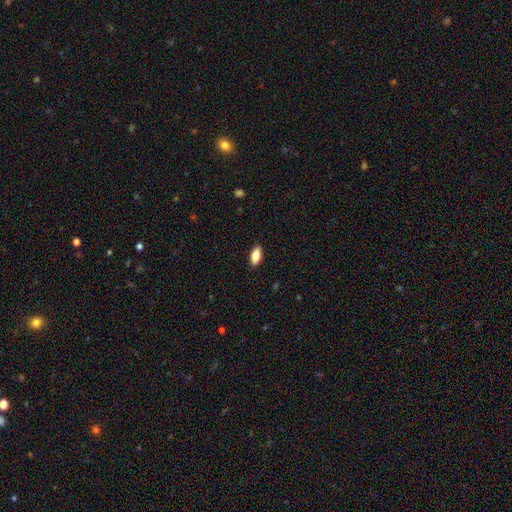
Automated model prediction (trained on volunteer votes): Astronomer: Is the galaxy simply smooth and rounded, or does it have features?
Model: smooth — 83%.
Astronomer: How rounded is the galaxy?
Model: in between — 86%.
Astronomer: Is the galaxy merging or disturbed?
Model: none — 89%.